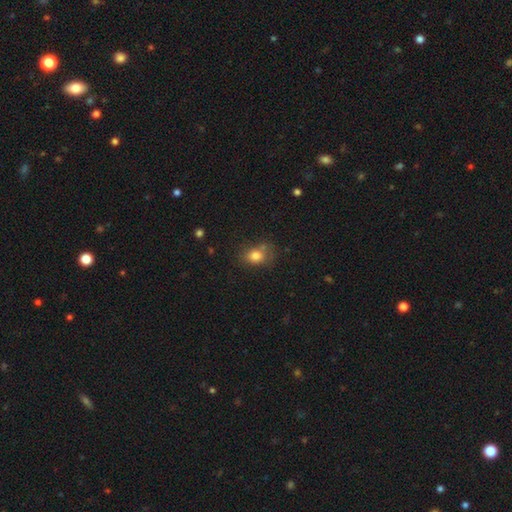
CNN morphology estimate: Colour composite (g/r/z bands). It shows a smooth galaxy with no disk features (80%) that is in between round and cigar-shaped (55%). Merging: none (59%).